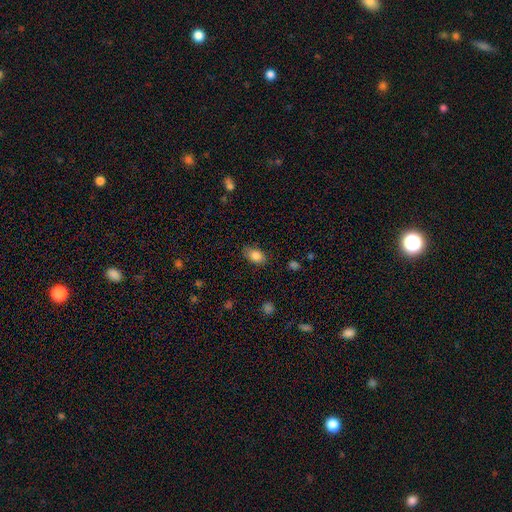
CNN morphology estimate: smooth_or_featured: smooth (p=0.85) [alt: star or artifact p=0.09]
how_rounded: in between (p=0.83) [alt: round p=0.15]
merging: none (p=0.79) [alt: minor disturbance p=0.16]